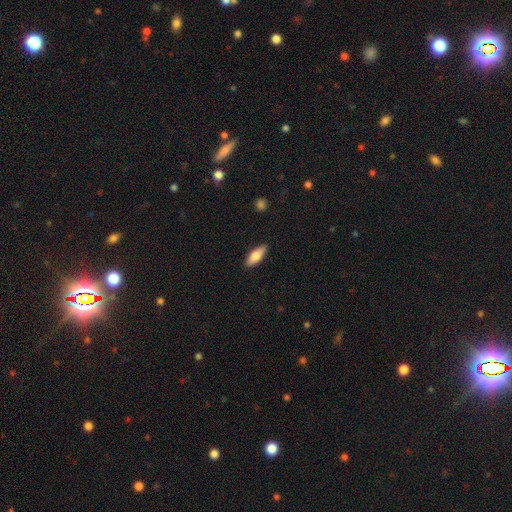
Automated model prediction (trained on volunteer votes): Overall: smooth (76%). How rounded: in between (68%; cigar-shaped 29%). Merging: none (87%).